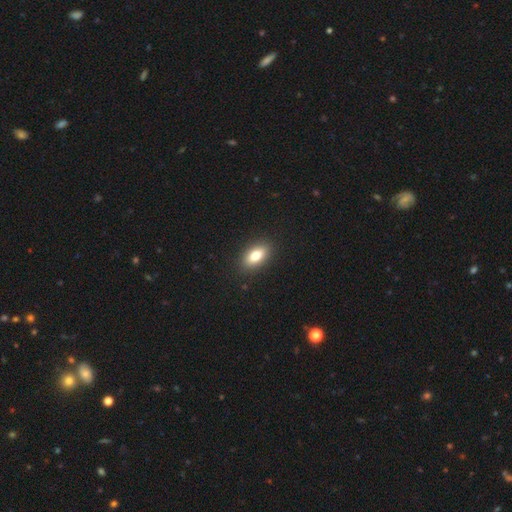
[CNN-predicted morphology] A smooth galaxy with no disk features (77%) that is in between round and cigar-shaped (87%).

Vote fractions:
- Smooth or featured? smooth: 77% / featured or disk: 16% / star or artifact: 8%
- How rounded? in between: 87% / cigar-shaped: 8% / round: 5%
- Merging? none: 89% / minor disturbance: 7% / major disturbance: 2% / merger: 1%